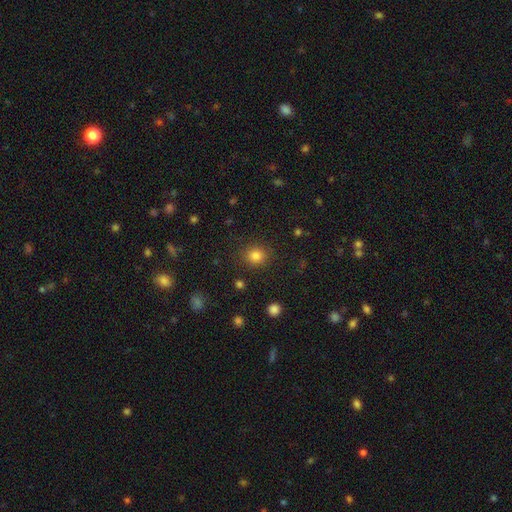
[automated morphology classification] Q: Smooth or featured?
A: smooth (83%); runner-up: star or artifact (12%)
Q: How rounded?
A: round (79%); runner-up: in between (20%)
Q: Merging?
A: none (87%); runner-up: minor disturbance (8%)